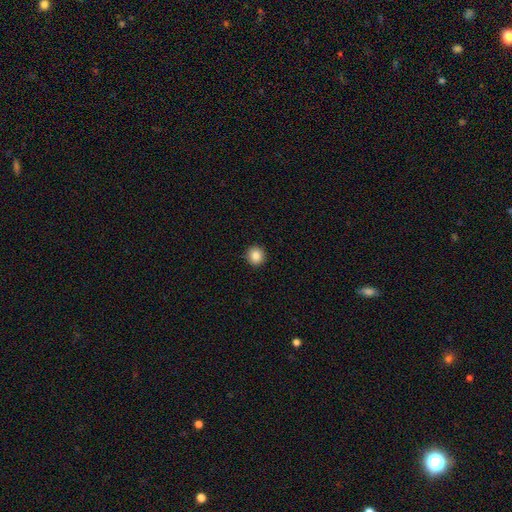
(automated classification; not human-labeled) Smooth or featured? Predicted: smooth (p=0.86). How rounded? Predicted: round (p=0.94). Merging? Predicted: none (p=0.93).